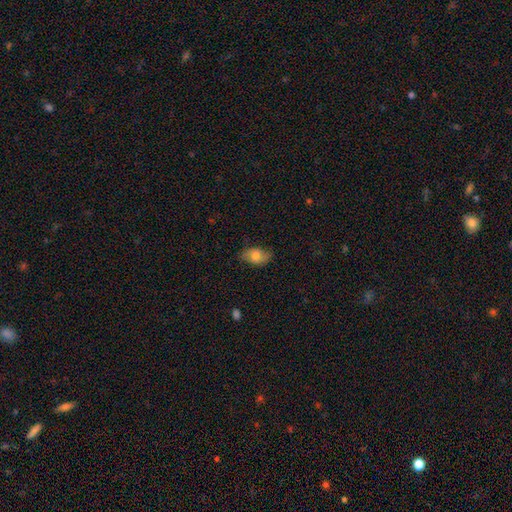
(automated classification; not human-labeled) Morphology: type=smooth (64%); roundness=in between (86%); merging=none (71%).